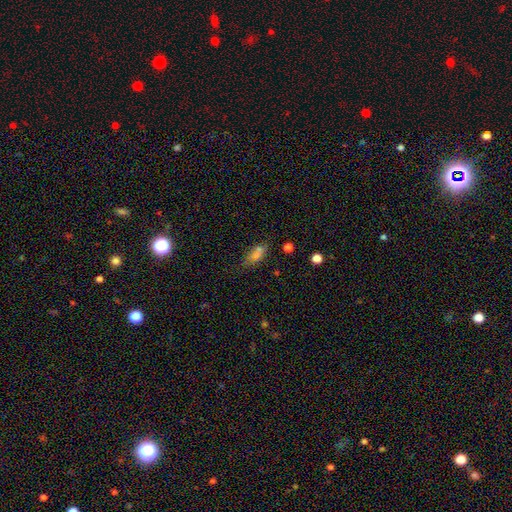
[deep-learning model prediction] Overall: smooth (68%). How rounded: in between (76%). Merging: none (54%; minor disturbance 21%).